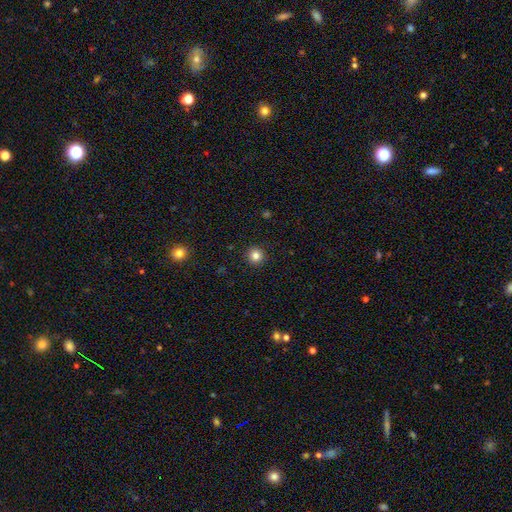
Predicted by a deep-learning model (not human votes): Overall: smooth (83%). How rounded: round (95%). Merging: none (93%).